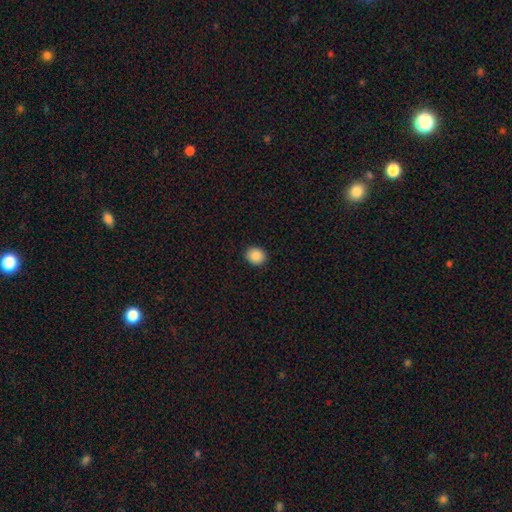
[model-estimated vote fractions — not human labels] smooth_or_featured: smooth (p=0.88) [alt: star or artifact p=0.09]
how_rounded: round (p=0.68) [alt: in between p=0.31]
merging: none (p=0.91) [alt: minor disturbance p=0.06]